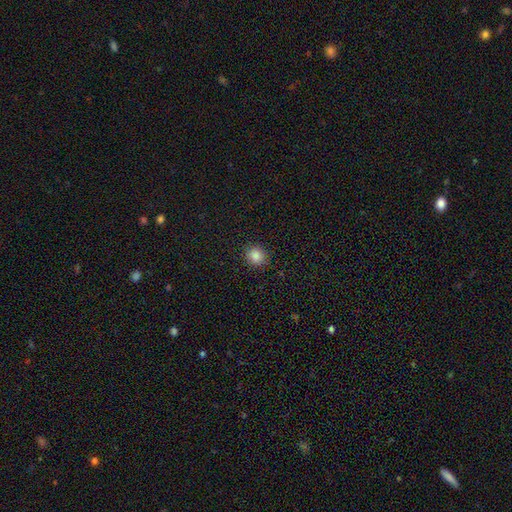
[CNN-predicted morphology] Smooth or featured? Predicted: smooth (p=0.86). How rounded? Predicted: round (p=0.85). Merging? Predicted: none (p=0.90).